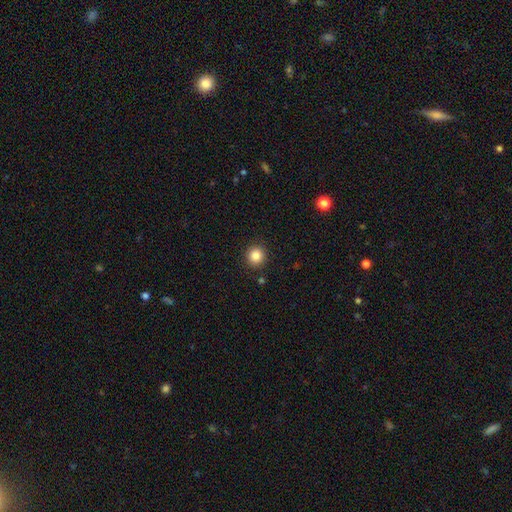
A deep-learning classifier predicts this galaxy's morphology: smooth 84%, star or artifact 11%, featured or disk 5%. Down the decision tree: how rounded — round (93%); merging — none (91%).